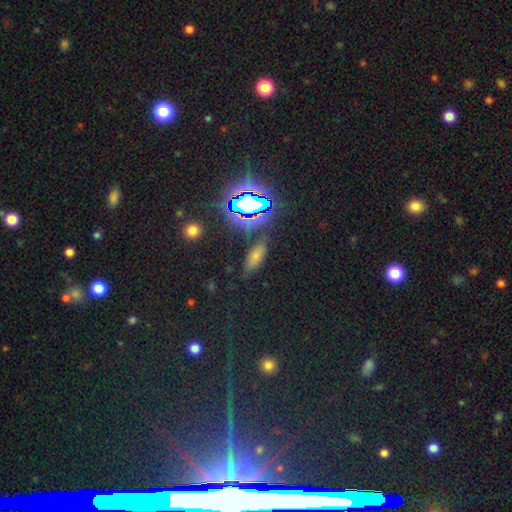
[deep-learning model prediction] This appears to be a smooth galaxy with no disk features (54%) that is in between round and cigar-shaped (77%). Merging: none (76%).